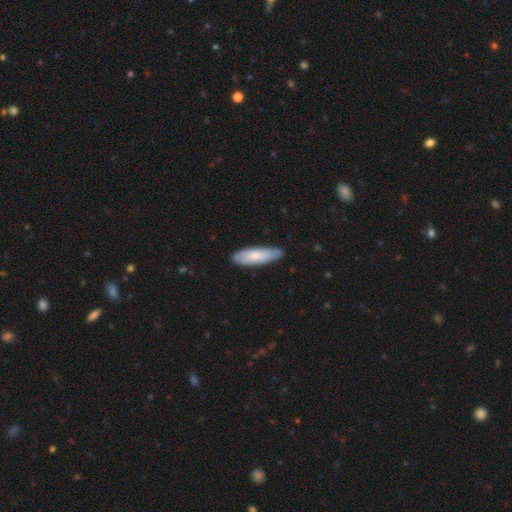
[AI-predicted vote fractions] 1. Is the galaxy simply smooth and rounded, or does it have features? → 74% smooth, 21% featured or disk, 5% star or artifact.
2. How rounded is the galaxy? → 57% cigar-shaped, 41% in between, 1% round.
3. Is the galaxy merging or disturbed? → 79% none, 17% minor disturbance, 2% major disturbance, 1% merger.